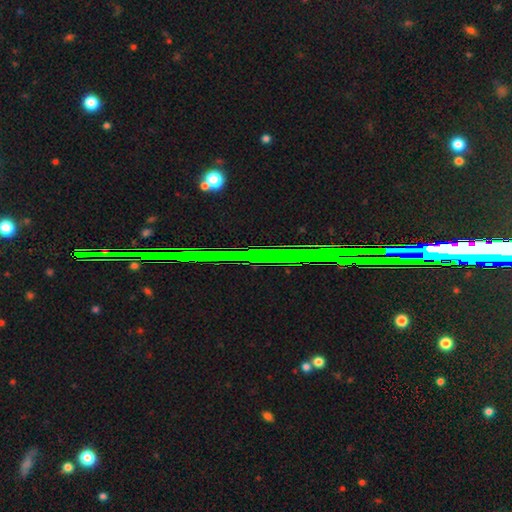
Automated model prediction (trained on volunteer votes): This appears to be a star or artifact, not a galaxy (80%).